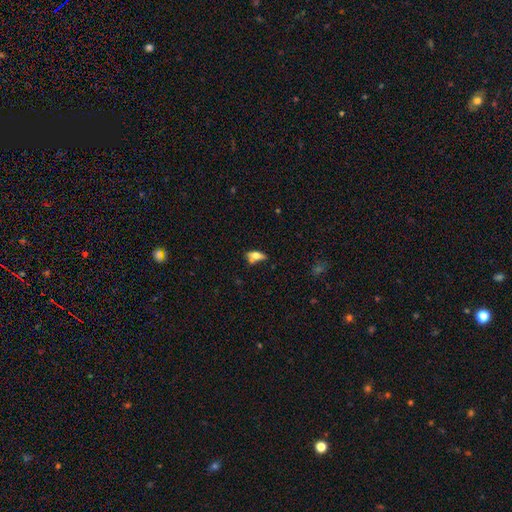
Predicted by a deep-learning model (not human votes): Smooth or featured? Predicted: smooth (p=0.60). How rounded? Predicted: in between (p=0.75). Merging? Predicted: none (p=0.45).